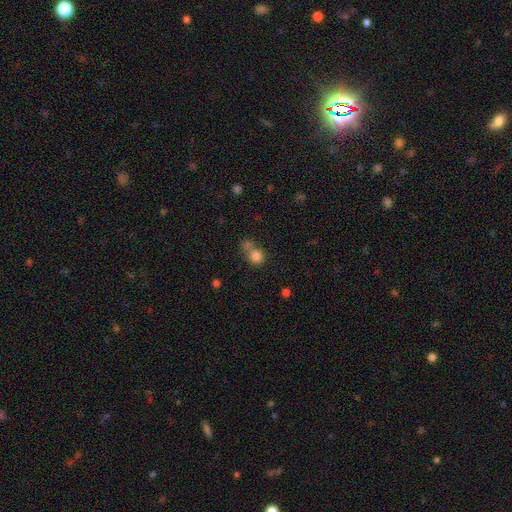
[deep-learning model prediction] This appears to be a smooth galaxy with no disk features (80%) that is round (80%). Merging: merger (44%).